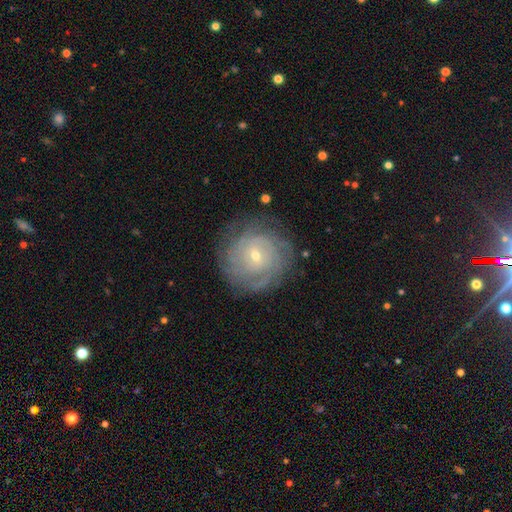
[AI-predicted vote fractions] featured or disk 79%, smooth 14%, star or artifact 7%. Down the decision tree: edge-on disk — no (97%); bar — no (60%); spiral arms — yes (92%); spiral arm count — can't tell (43%); spiral winding — tight (76%); bulge size — small (72%); merging — none (79%).